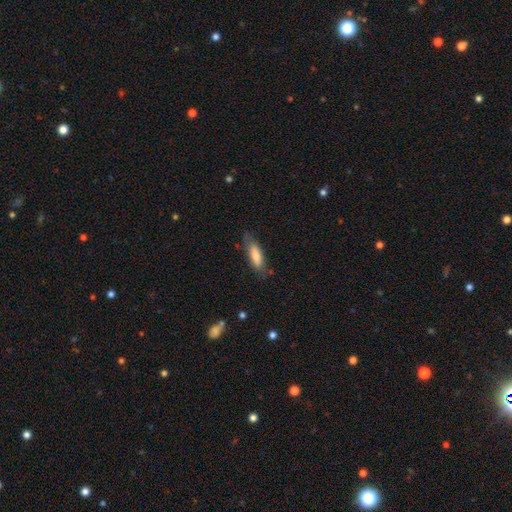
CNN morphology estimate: Smooth or featured? Predicted: smooth (p=0.71). How rounded? Predicted: in between (p=0.54). Merging? Predicted: none (p=0.70).